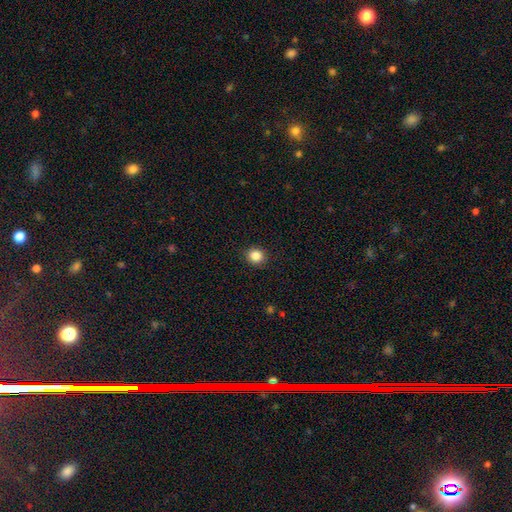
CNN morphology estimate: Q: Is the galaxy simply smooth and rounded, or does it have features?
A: smooth — 85%.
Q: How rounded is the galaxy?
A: round — 86%.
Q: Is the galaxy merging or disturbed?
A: none — 91%.